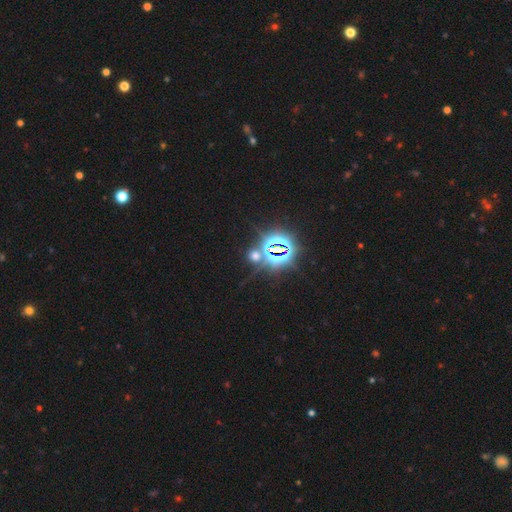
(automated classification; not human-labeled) A star or artifact, not a galaxy (63%).